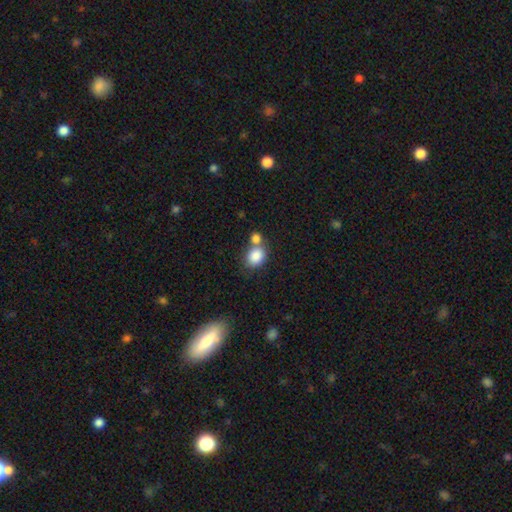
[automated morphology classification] Smooth or featured? smooth (85%)
How rounded? in between (51%)
Merging? none (43%, tied with merger)